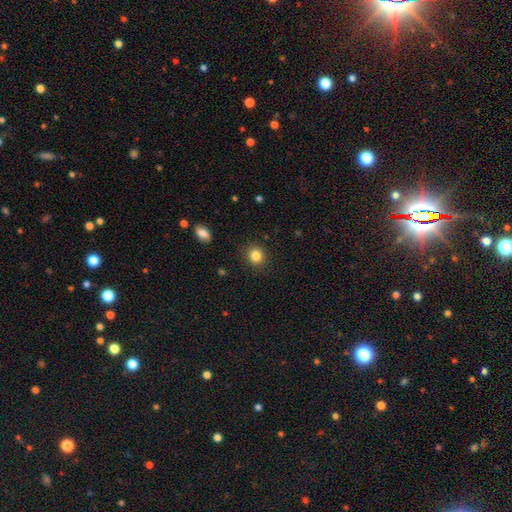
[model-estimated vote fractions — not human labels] This appears to be a smooth galaxy with no disk features (85%) that is round (82%). Merging: none (90%).